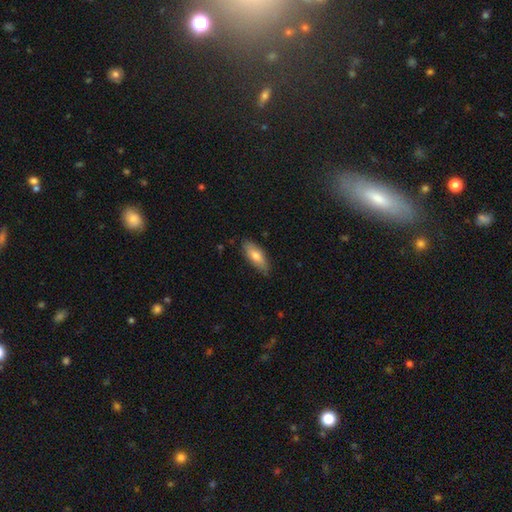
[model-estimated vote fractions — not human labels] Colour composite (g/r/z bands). It shows a smooth galaxy with no disk features (71%) that is in between round and cigar-shaped (72%). Merging: none (80%).